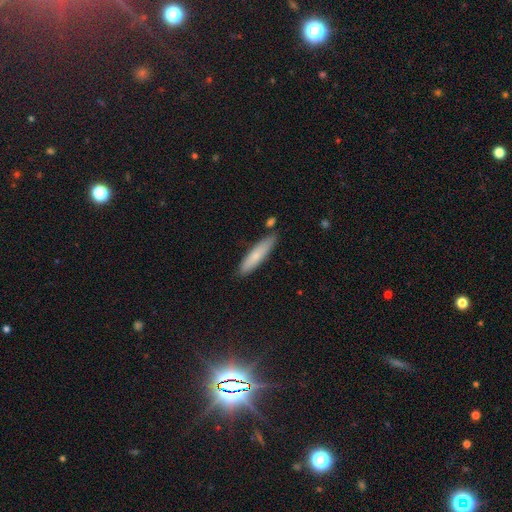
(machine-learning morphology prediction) Smooth or featured? Predicted: smooth (p=0.76). How rounded? Predicted: cigar-shaped (p=0.84). Merging? Predicted: none (p=0.82).